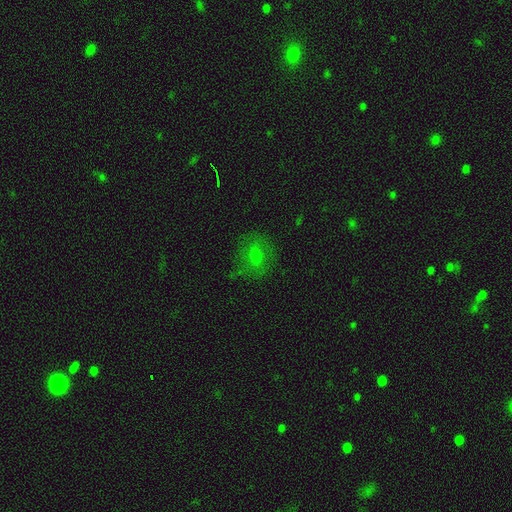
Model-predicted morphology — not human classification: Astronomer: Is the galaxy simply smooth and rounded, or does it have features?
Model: smooth — 50% (runner-up: featured or disk, 28%).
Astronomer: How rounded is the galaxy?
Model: round — 66%.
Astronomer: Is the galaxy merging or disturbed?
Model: none — 69%.